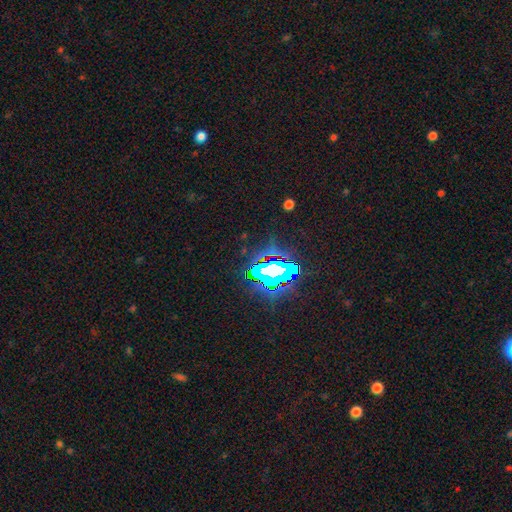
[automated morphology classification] Smooth or featured? star or artifact (85%)